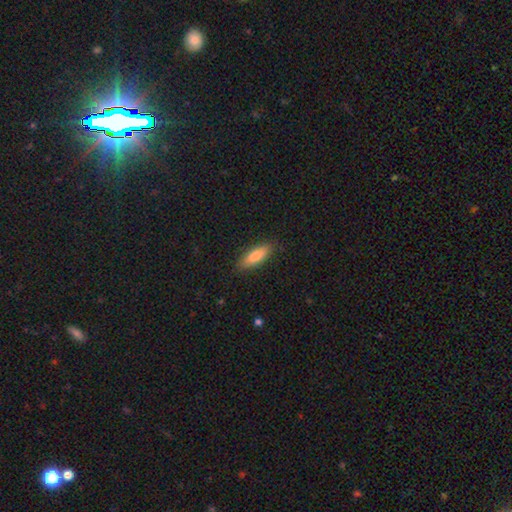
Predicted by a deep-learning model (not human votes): This is clearly a smooth galaxy (80%). How rounded: possibly in between (50%). Merging: clearly none (87%).